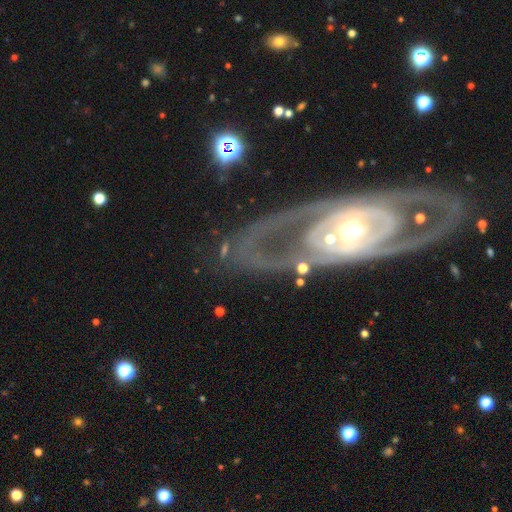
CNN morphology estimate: Smooth or featured: featured or disk — 79% (smooth — 12%)
Edge-on disk: no — 91% (yes — 9%)
Bar: no — 57% (weak — 25%)
Spiral arms: yes — 68% (no — 32%)
Bulge size: moderate — 64% (small — 21%)
Merging: none — 59% (major disturbance — 20%)